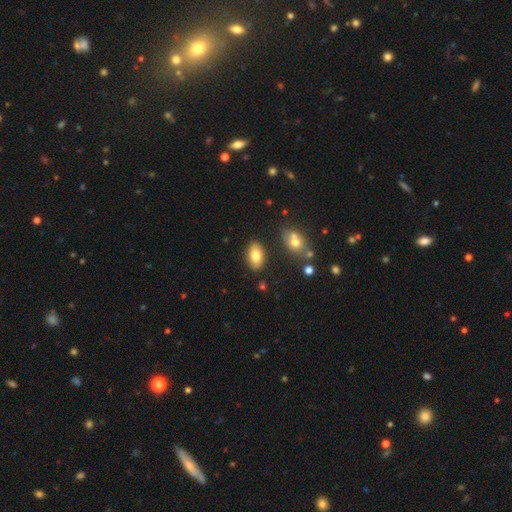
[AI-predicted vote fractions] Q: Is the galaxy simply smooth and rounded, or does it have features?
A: smooth — 78%.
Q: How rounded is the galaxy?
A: in between — 92%.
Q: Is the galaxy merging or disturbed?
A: none — 84%.